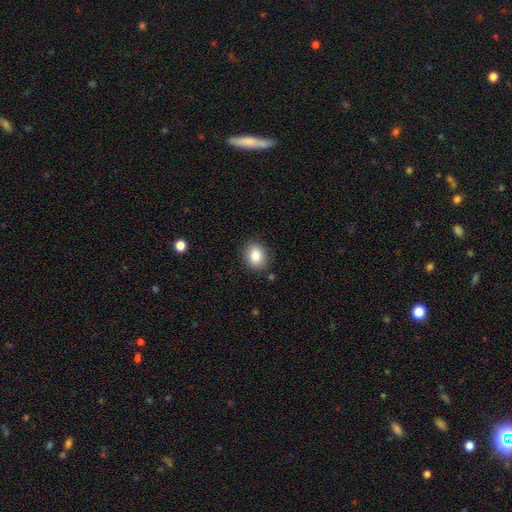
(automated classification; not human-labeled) A smooth galaxy with no disk features (84%) that is round (50%).

Vote fractions:
- Smooth or featured? smooth: 84% / star or artifact: 9% / featured or disk: 7%
- How rounded? round: 50% / in between: 49% / cigar-shaped: 1%
- Merging? none: 86% / minor disturbance: 10% / major disturbance: 2% / merger: 2%